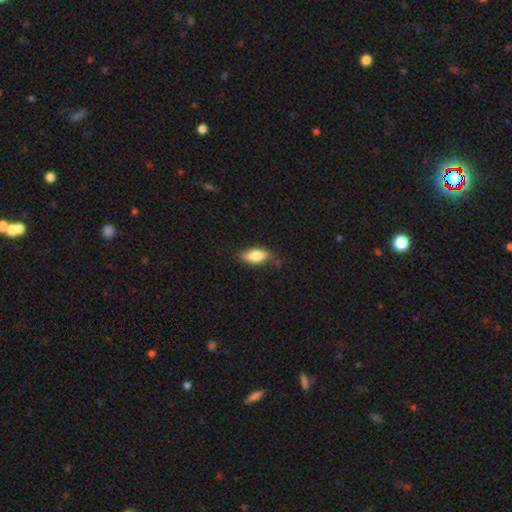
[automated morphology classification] A smooth galaxy with no disk features (77%) that is in between round and cigar-shaped (81%).

Vote fractions:
- Smooth or featured? smooth: 77% / featured or disk: 16% / star or artifact: 7%
- How rounded? in between: 81% / cigar-shaped: 16% / round: 3%
- Merging? none: 69% / minor disturbance: 24% / major disturbance: 6% / merger: 2%